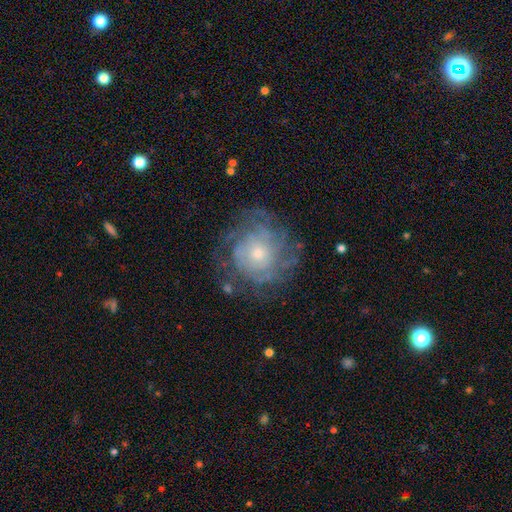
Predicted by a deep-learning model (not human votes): Q: Smooth or featured?
A: featured or disk (72%); runner-up: smooth (17%)
Q: Edge-on disk?
A: no (97%); runner-up: yes (3%)
Q: Bar?
A: no (83%); runner-up: weak (14%)
Q: Spiral arms?
A: yes (85%); runner-up: no (15%)
Q: Spiral winding?
A: tight (71%); runner-up: medium (21%)
Q: Spiral arm count?
A: can't tell (55%); runner-up: 4 (11%)
Q: Bulge size?
A: small (56%); runner-up: moderate (37%)
Q: Merging?
A: none (75%); runner-up: minor disturbance (14%)